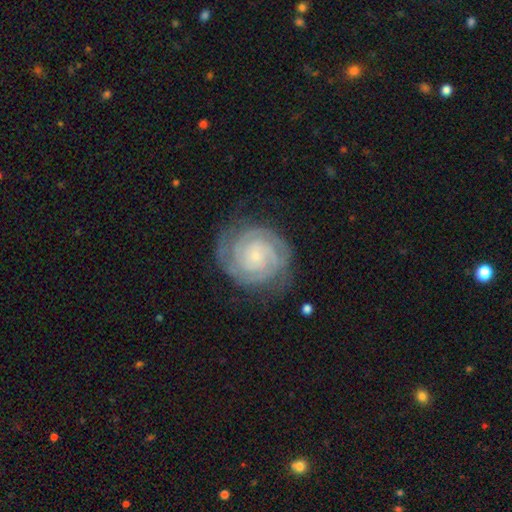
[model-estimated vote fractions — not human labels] This is clearly a featured or disk galaxy (88%). It is clearly not viewed edge-on (98%). Bar: likely no (75%). Spiral arm pattern: clearly yes (98%). Spiral arm count: possibly 2 (46%). Spiral winding: clearly tight (83%). Central bulge: likely small (80%). Merging: likely none (79%).